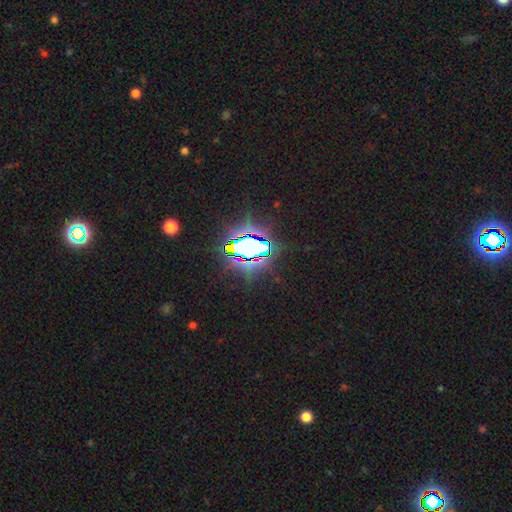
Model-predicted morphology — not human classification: A star or artifact, not a galaxy (73%).

Vote fractions:
- Smooth or featured? star or artifact: 73% / smooth: 15% / featured or disk: 12%